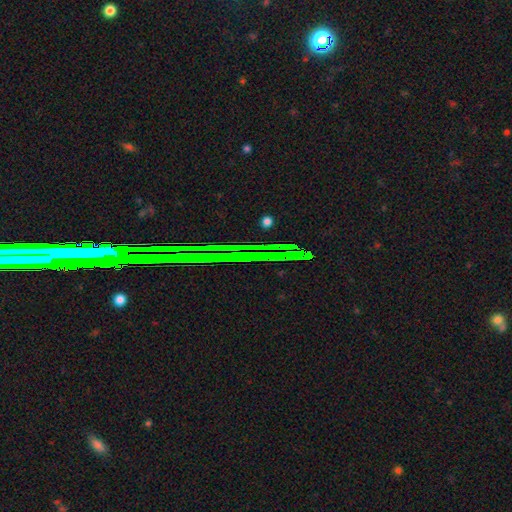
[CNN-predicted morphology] star or artifact 72%, featured or disk 16%, smooth 12%.